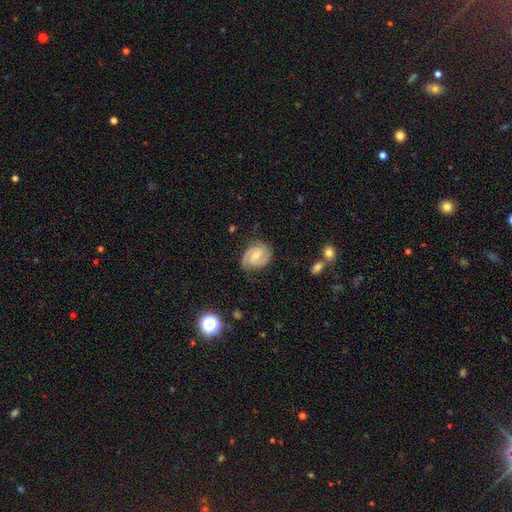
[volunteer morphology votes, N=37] smooth_or_featured: featured or disk (p=0.89) [alt: smooth p=0.05]
disk_edge_on: no (p=1.00)
bar: weak (p=0.58) [alt: no p=0.24]
has_spiral_arms: yes (p=1.00)
spiral_winding: tight (p=0.42) [alt: medium p=0.39]
spiral_arm_count: 2 (p=0.94) [alt: 1 p=0.03]
bulge_size: small (p=0.52) [alt: moderate p=0.39]
merging: none (p=0.89) [alt: minor disturbance p=0.09]